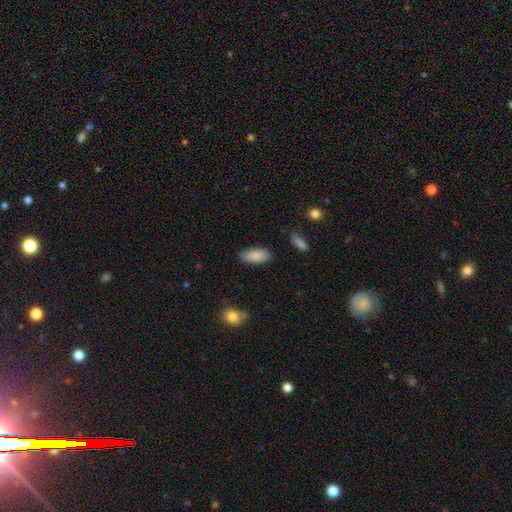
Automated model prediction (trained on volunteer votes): smooth_or_featured: smooth (p=0.88) [alt: star or artifact p=0.06]
how_rounded: in between (p=0.90) [alt: cigar-shaped p=0.08]
merging: none (p=0.84) [alt: minor disturbance p=0.12]